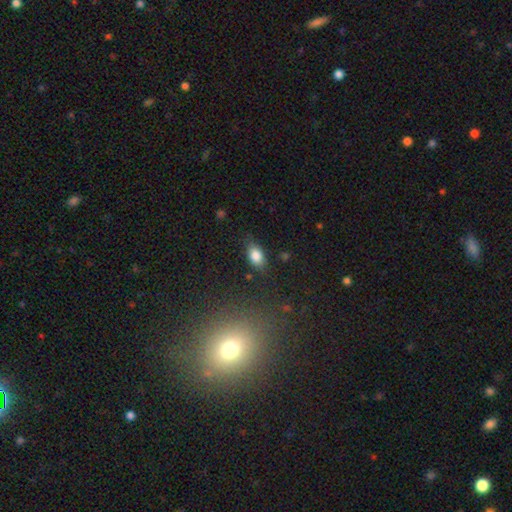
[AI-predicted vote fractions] The model was most divided on "merging": none: 79%, minor disturbance: 16%, major disturbance: 3%, merger: 2%. More confident: how rounded — in between (88%); smooth or featured — smooth (84%).